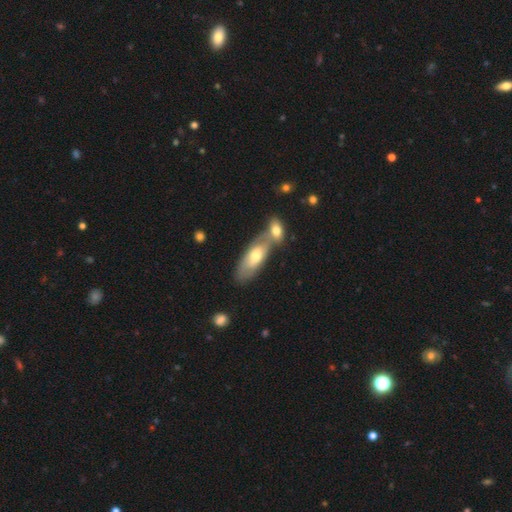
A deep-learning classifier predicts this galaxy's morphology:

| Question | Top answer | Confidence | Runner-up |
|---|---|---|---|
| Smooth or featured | smooth | 57% | featured or disk (37%) |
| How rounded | in between | 74% | cigar-shaped (23%) |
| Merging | merger | 45% | none (38%) |